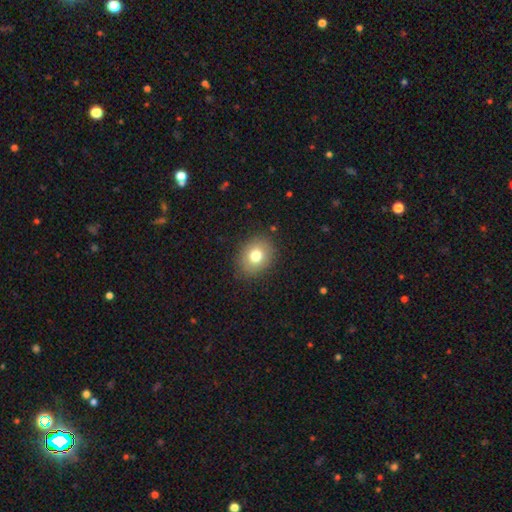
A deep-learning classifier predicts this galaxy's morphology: Q: Smooth or featured?
A: smooth (77%); runner-up: featured or disk (13%)
Q: How rounded?
A: round (55%); runner-up: in between (44%)
Q: Merging?
A: none (87%); runner-up: minor disturbance (9%)